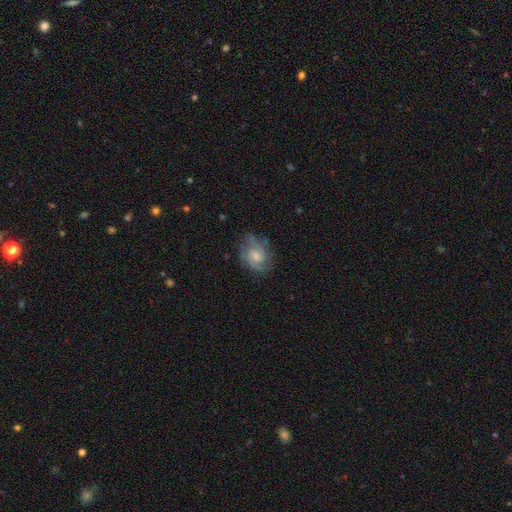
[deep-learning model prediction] A featured or disk galaxy (66%) with no bar (61%), 2 (53%) medium (45%) spiral arms (88%) and a small central bulge (45%).

Vote fractions:
- Smooth or featured? featured or disk: 66% / smooth: 27% / star or artifact: 7%
- Edge-on disk? no: 97% / yes: 3%
- Bar? no: 61% / weak: 34% / strong: 5%
- Spiral arms? yes: 88% / no: 12%
- Spiral winding? medium: 45% / tight: 40% / loose: 15%
- Spiral arm count? 2: 53% / can't tell: 23% / 3: 14% / 1: 4% / 4: 3% / more than 4: 3%
- Bulge size? small: 45% / moderate: 38% / none: 10% / large: 5% / dominant: 1%
- Merging? none: 65% / minor disturbance: 23% / major disturbance: 11% / merger: 1%